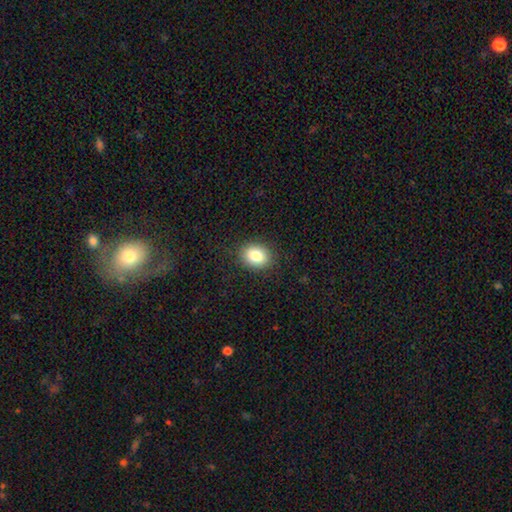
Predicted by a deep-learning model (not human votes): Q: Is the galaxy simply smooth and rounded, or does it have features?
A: smooth — 84%.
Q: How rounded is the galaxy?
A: in between — 55%.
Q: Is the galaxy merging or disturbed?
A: none — 88%.